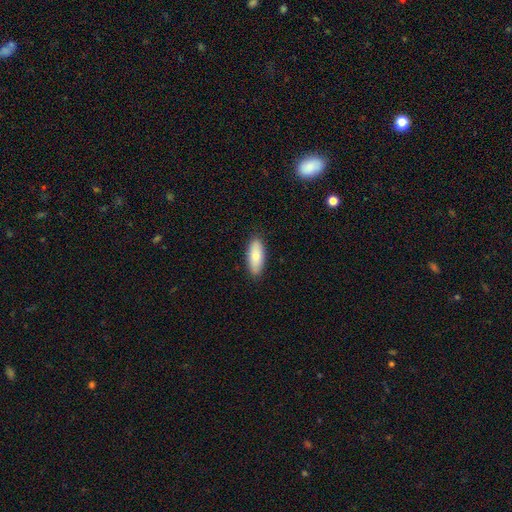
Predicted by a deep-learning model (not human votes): smooth 78%, featured or disk 16%, star or artifact 6%. Down the decision tree: how rounded — in between (80%); merging — none (88%).